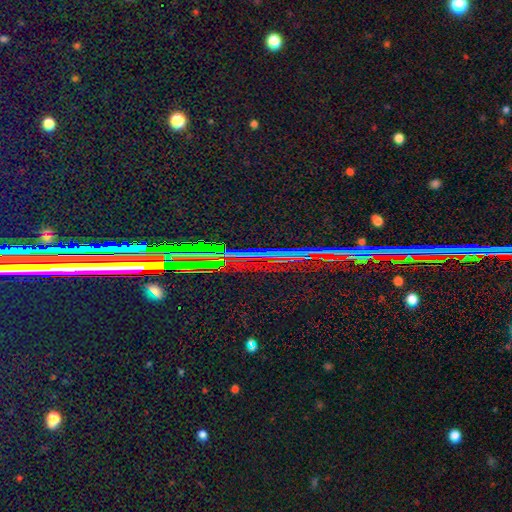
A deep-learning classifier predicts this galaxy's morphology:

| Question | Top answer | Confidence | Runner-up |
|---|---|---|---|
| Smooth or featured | star or artifact | 82% | featured or disk (9%) |